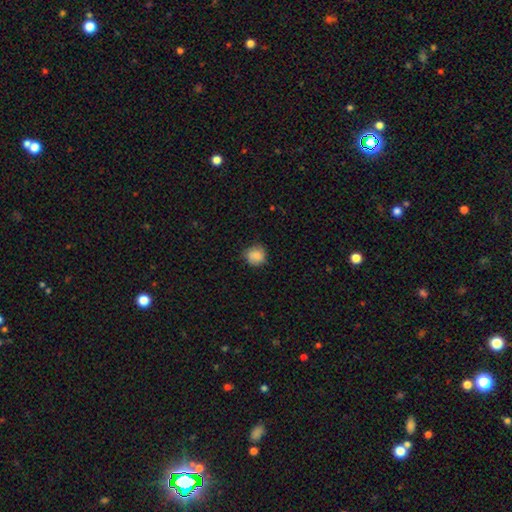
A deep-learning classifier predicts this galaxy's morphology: Smooth or featured: smooth — 87% (star or artifact — 8%)
How rounded: round — 89% (in between — 10%)
Merging: none — 80% (minor disturbance — 16%)